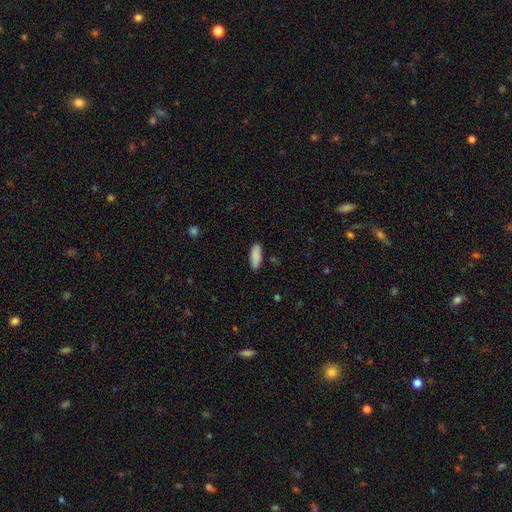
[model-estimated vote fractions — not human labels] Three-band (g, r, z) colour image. It shows a smooth galaxy with no disk features (88%) that is in between round and cigar-shaped (74%). Merging: none (85%).